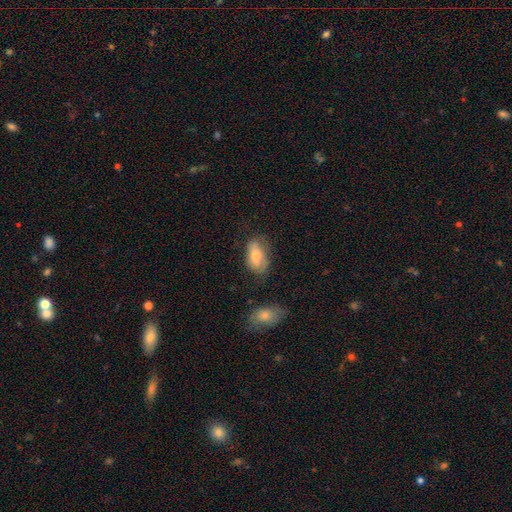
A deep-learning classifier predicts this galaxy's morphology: smooth-or-featured: smooth: 75% | featured or disk: 18% | star or artifact: 7%
  how-rounded: in between: 91% | cigar-shaped: 5% | round: 4%
  merging: none: 58% | minor disturbance: 28% | major disturbance: 10% | merger: 4%